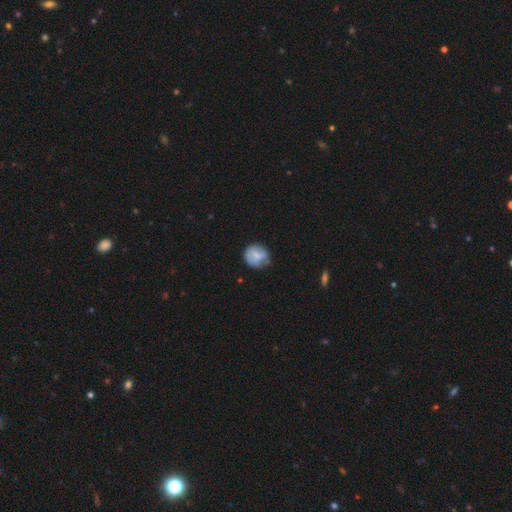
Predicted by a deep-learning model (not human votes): Q: Smooth or featured?
A: smooth (70%); runner-up: featured or disk (23%)
Q: How rounded?
A: round (80%); runner-up: in between (19%)
Q: Merging?
A: none (61%); runner-up: minor disturbance (29%)